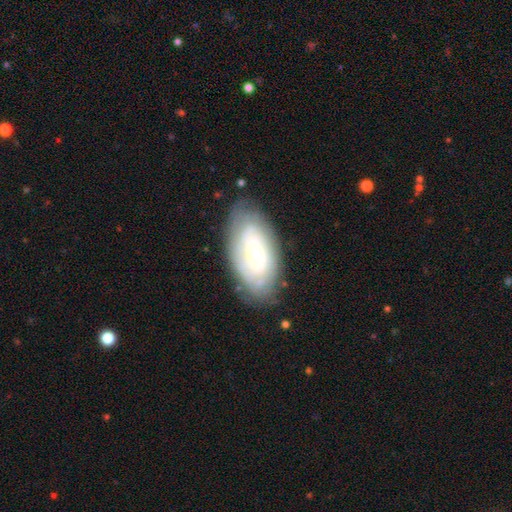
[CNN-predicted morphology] A featured or disk galaxy (55%) with no bar (61%), spiral arms (67%) and a small central bulge (54%). Merging: none (73%).